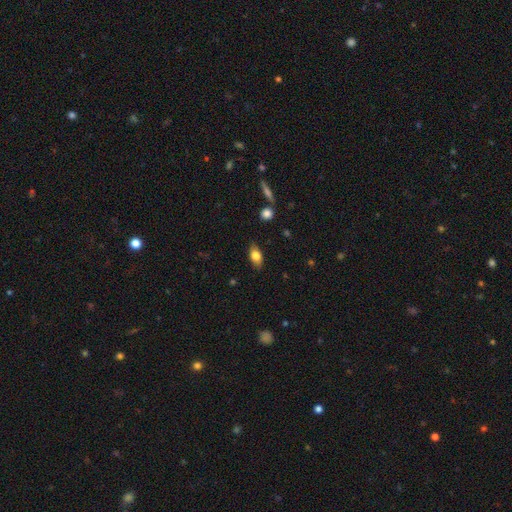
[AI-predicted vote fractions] A smooth galaxy with no disk features (76%) that is in between round and cigar-shaped (86%). Merging: none (83%).